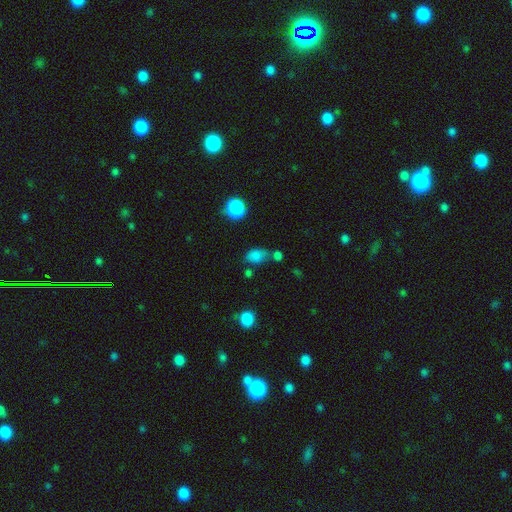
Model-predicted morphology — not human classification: smooth_or_featured: smooth (p=0.78) [alt: star or artifact p=0.14]
how_rounded: in between (p=0.78) [alt: round p=0.20]
merging: none (p=0.48) [alt: minor disturbance p=0.23]